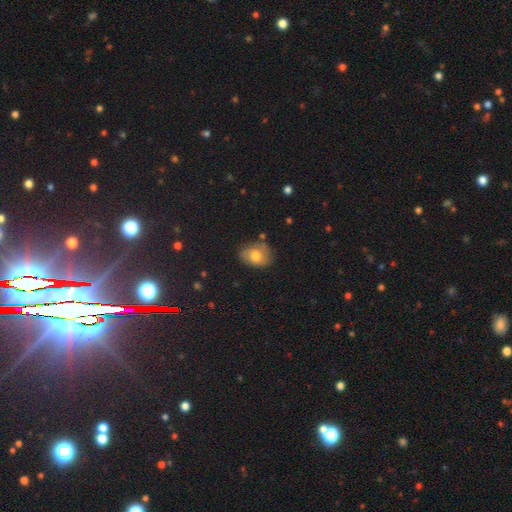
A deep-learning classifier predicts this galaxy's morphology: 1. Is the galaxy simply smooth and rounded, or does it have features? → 71% smooth, 19% featured or disk, 9% star or artifact.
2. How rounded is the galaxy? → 66% in between, 32% round, 1% cigar-shaped.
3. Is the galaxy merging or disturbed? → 65% none, 25% minor disturbance, 6% major disturbance, 3% merger.